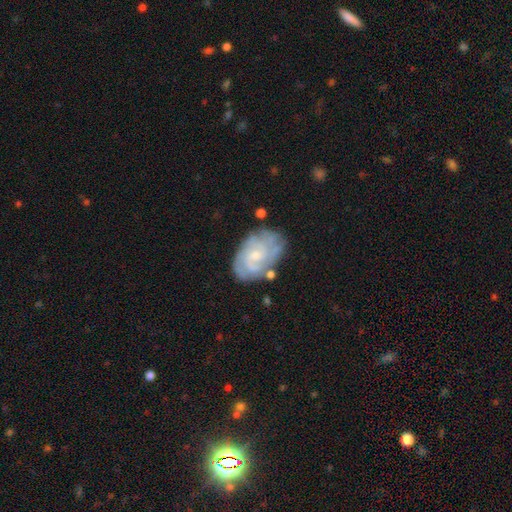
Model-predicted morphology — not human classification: The model was most divided on "spiral arm count": can't tell: 43%, 2: 19%, 3: 18%, 4: 11%, more than 4: 5%, 1: 4%. More confident: edge-on disk — no (97%); spiral arms — yes (90%); smooth or featured — featured or disk (75%); merging — none (68%); bar — no (68%); bulge size — small (64%); spiral winding — tight (62%).